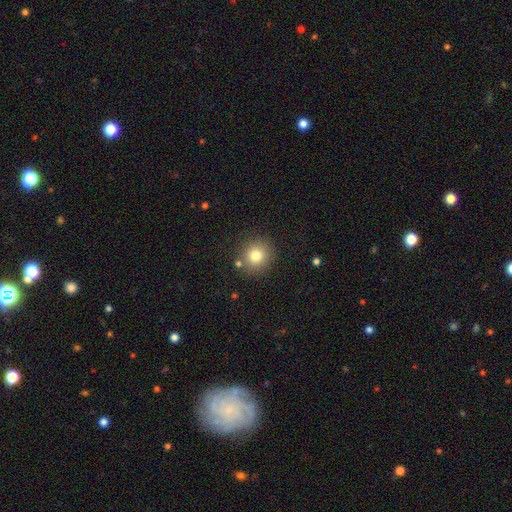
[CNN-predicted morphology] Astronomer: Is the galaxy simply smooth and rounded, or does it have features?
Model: smooth — 80%.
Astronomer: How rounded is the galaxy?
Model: round — 91%.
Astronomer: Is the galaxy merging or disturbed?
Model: none — 84%.